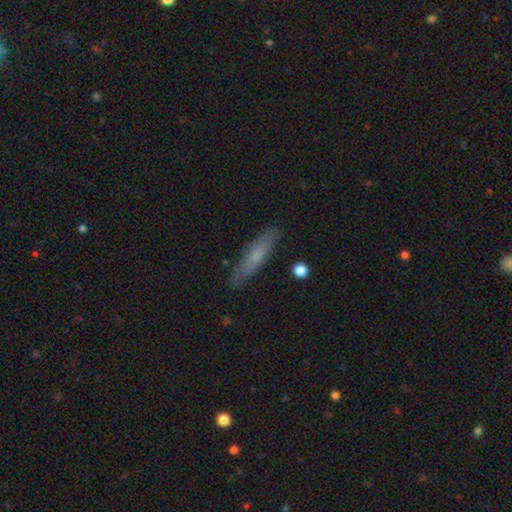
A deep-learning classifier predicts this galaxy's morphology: A smooth galaxy with no disk features (62%) that is cigar-shaped (85%).

Vote fractions:
- Smooth or featured? smooth: 62% / featured or disk: 31% / star or artifact: 7%
- How rounded? cigar-shaped: 85% / in between: 13% / round: 2%
- Merging? none: 87% / minor disturbance: 10% / major disturbance: 2% / merger: 1%